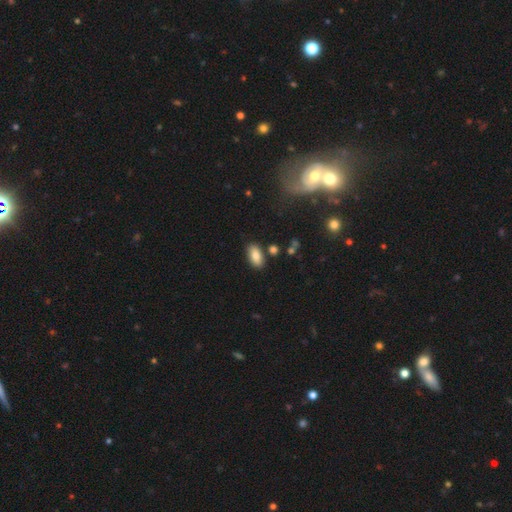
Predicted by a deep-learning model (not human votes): Smooth or featured?
  - smooth: 84% *
  - star or artifact: 8%
  - featured or disk: 8%
How rounded?
  - in between: 92% *
  - cigar-shaped: 4%
  - round: 3%
Merging?
  - none: 83% *
  - minor disturbance: 11%
  - merger: 4%
  - major disturbance: 2%